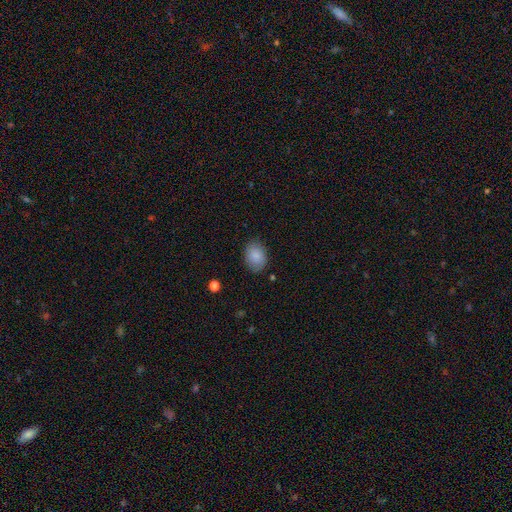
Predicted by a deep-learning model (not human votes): Smooth or featured: smooth — 86% (star or artifact — 7%)
How rounded: in between — 72% (round — 27%)
Merging: none — 83% (minor disturbance — 13%)